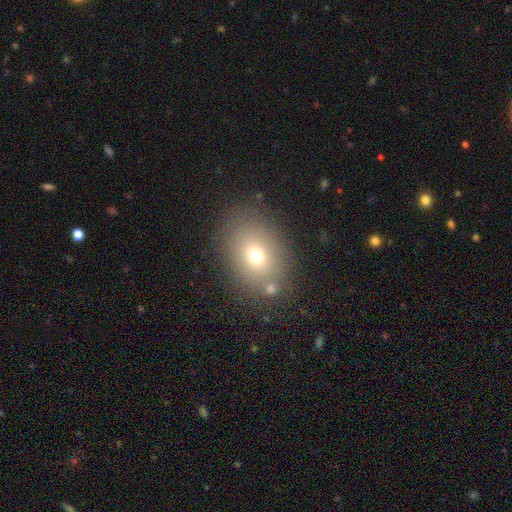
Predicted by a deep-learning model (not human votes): Smooth or featured? Predicted: smooth (p=0.69). How rounded? Predicted: in between (p=0.70). Merging? Predicted: none (p=0.77).